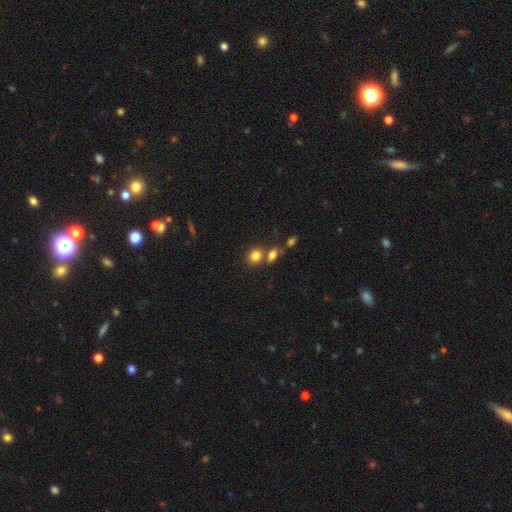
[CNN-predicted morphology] smooth 82%, star or artifact 11%, featured or disk 7%. Down the decision tree: how rounded — round (63%); merging — none (58%).